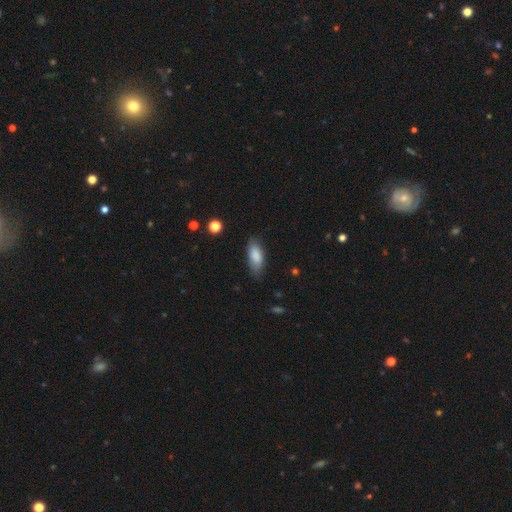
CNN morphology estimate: This is clearly a smooth galaxy (84%). How rounded: clearly in between (81%). Merging: likely none (76%).